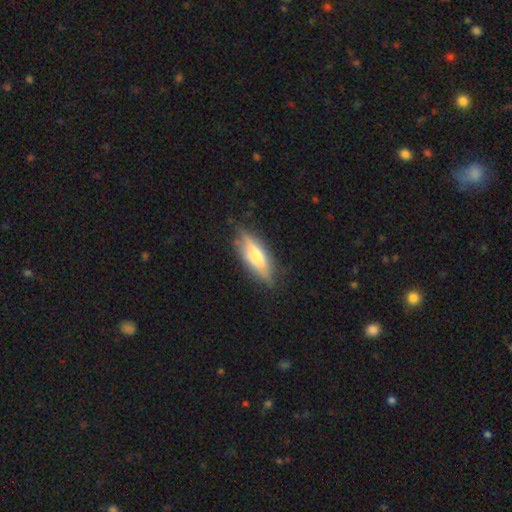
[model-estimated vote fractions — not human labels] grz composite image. It shows a smooth galaxy with no disk features (52%) that is cigar-shaped (50%). Merging: none (79%).